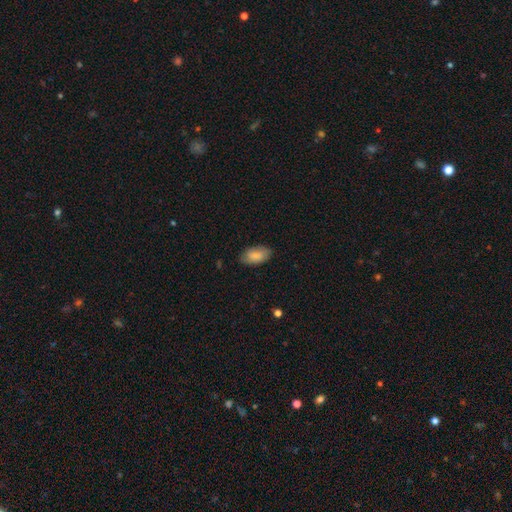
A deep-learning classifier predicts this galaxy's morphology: A smooth galaxy with no disk features (85%) that is in between round and cigar-shaped (94%). Merging: none (81%).